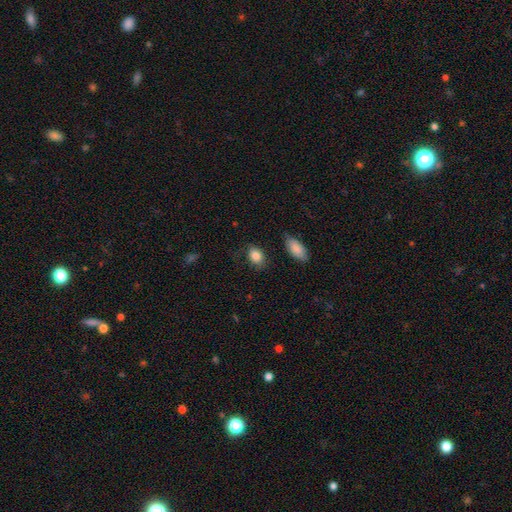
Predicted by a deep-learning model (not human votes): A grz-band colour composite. It shows a smooth galaxy with no disk features (86%) that is in between round and cigar-shaped (73%). Merging: none (70%).